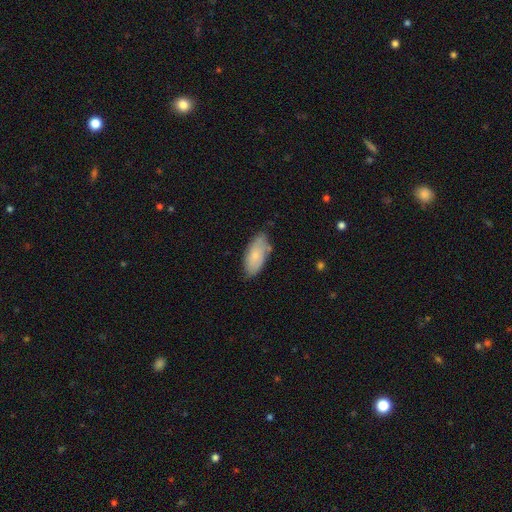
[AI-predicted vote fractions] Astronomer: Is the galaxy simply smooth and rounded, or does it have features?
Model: smooth — 74%.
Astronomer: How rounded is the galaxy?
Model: in between — 90%.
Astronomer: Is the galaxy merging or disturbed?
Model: none — 68%.